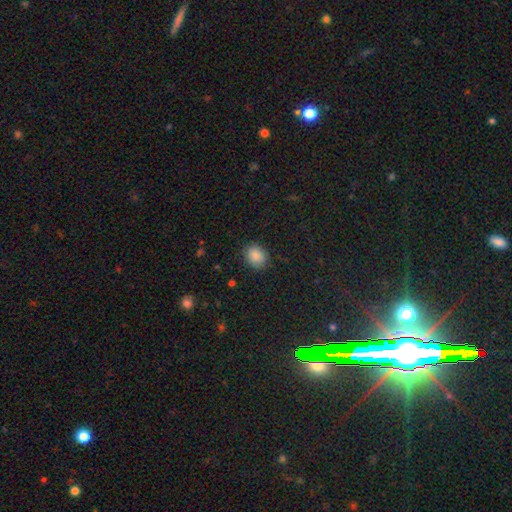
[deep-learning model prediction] A smooth galaxy with no disk features (87%) that is round (63%).

Vote fractions:
- Smooth or featured? smooth: 87% / star or artifact: 10% / featured or disk: 4%
- How rounded? round: 63% / in between: 36% / cigar-shaped: 1%
- Merging? none: 88% / minor disturbance: 8% / major disturbance: 2% / merger: 1%